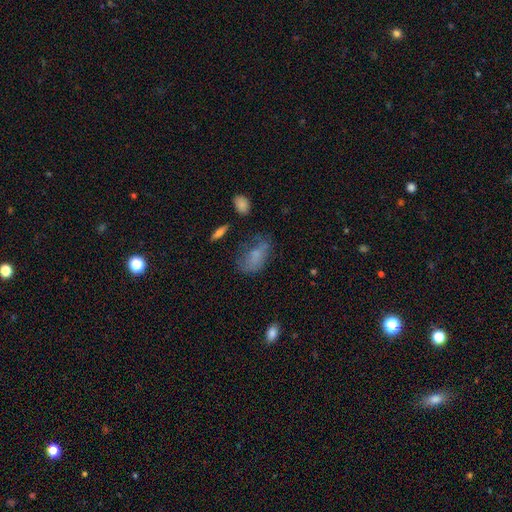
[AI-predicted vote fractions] A smooth galaxy with no disk features (65%) that is in between round and cigar-shaped (87%).

Vote fractions:
- Smooth or featured? smooth: 65% / featured or disk: 23% / star or artifact: 12%
- How rounded? in between: 87% / round: 10% / cigar-shaped: 3%
- Merging? none: 39% / minor disturbance: 31% / major disturbance: 26% / merger: 5%